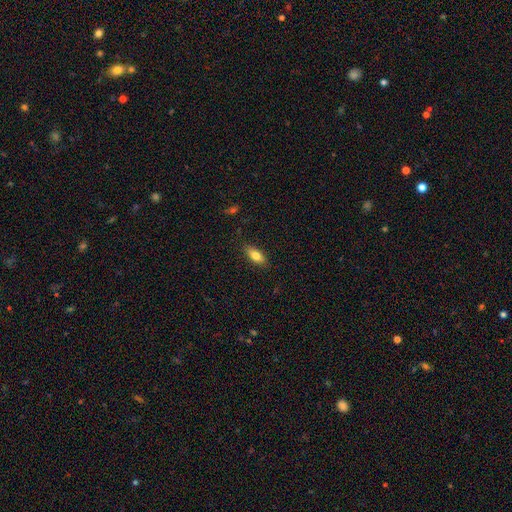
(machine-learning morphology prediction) Q: Smooth or featured?
A: smooth (77%); runner-up: featured or disk (15%)
Q: How rounded?
A: in between (81%); runner-up: cigar-shaped (16%)
Q: Merging?
A: none (86%); runner-up: minor disturbance (11%)